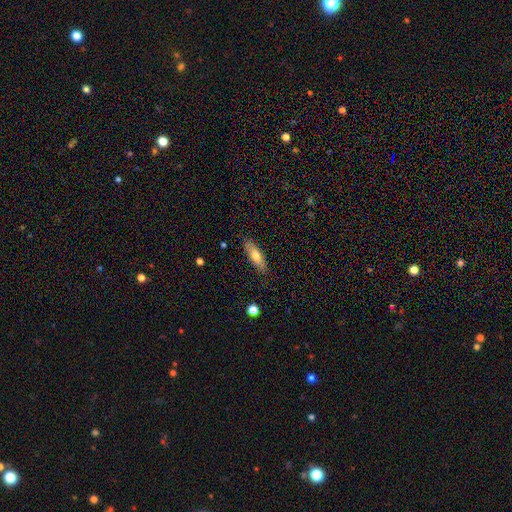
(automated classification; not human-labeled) The model was most divided on "how rounded": in between: 55%, cigar-shaped: 43%, round: 2%. More confident: merging — none (82%); smooth or featured — smooth (64%).